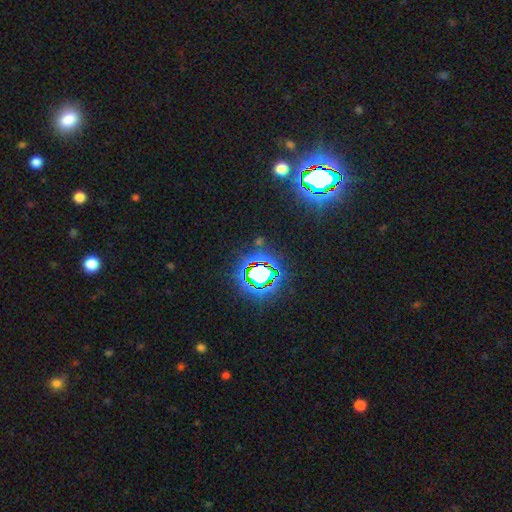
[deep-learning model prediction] Smooth or featured?
  - star or artifact: 83% *
  - smooth: 10%
  - featured or disk: 6%